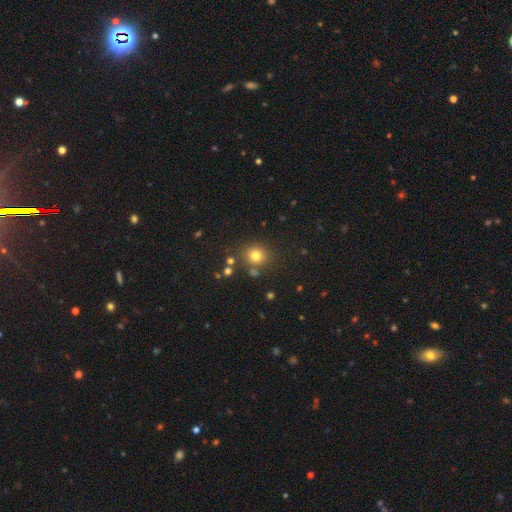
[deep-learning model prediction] smooth_or_featured: smooth (p=0.75) [alt: star or artifact p=0.17]
how_rounded: round (p=0.85) [alt: in between p=0.14]
merging: none (p=0.80) [alt: minor disturbance p=0.09]